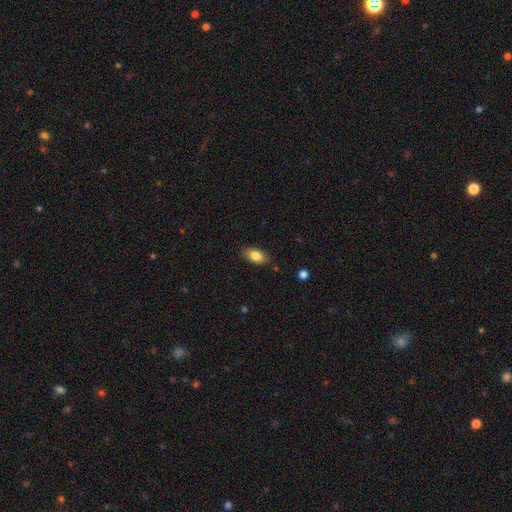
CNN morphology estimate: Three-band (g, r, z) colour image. It shows a smooth galaxy with no disk features (83%) that is in between round and cigar-shaped (91%). Merging: none (86%).